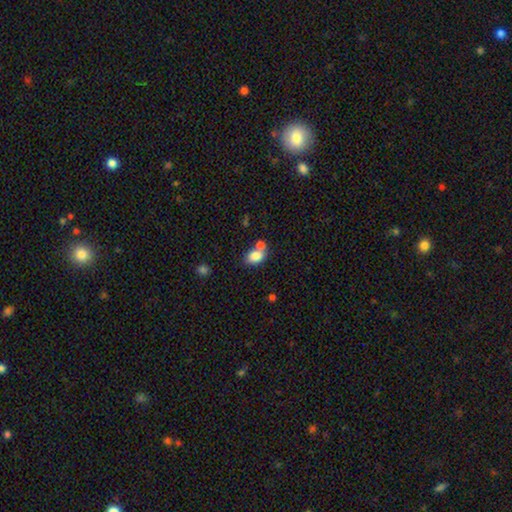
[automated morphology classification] Smooth or featured? smooth (81%)
How rounded? in between (78%)
Merging? none (46%)